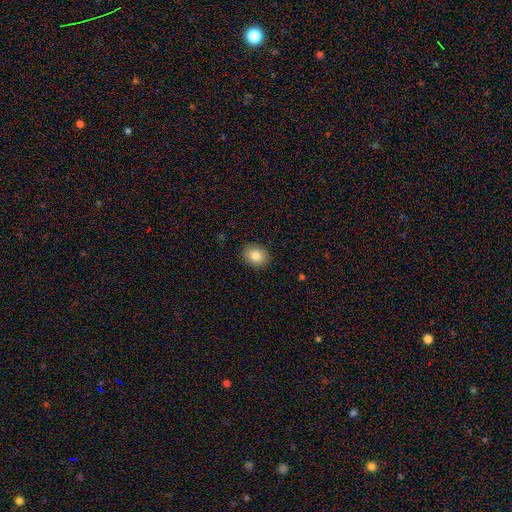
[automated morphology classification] A smooth galaxy with no disk features (83%) that is round (55%).

Vote fractions:
- Smooth or featured? smooth: 83% / star or artifact: 9% / featured or disk: 8%
- How rounded? round: 55% / in between: 44% / cigar-shaped: 1%
- Merging? none: 90% / minor disturbance: 7% / major disturbance: 2% / merger: 1%